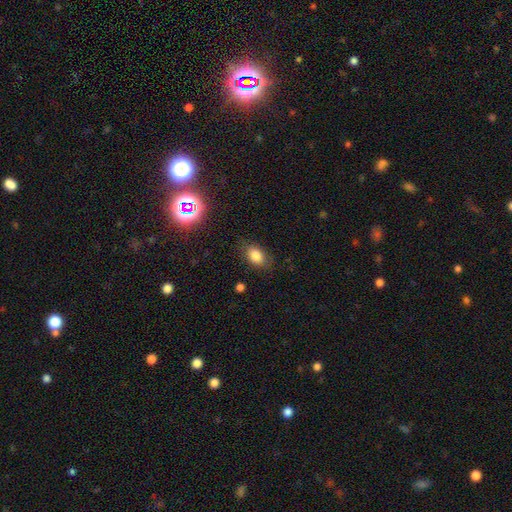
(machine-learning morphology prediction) Smooth or featured: smooth — 80% (star or artifact — 12%)
How rounded: in between — 81% (round — 17%)
Merging: none — 79% (minor disturbance — 15%)